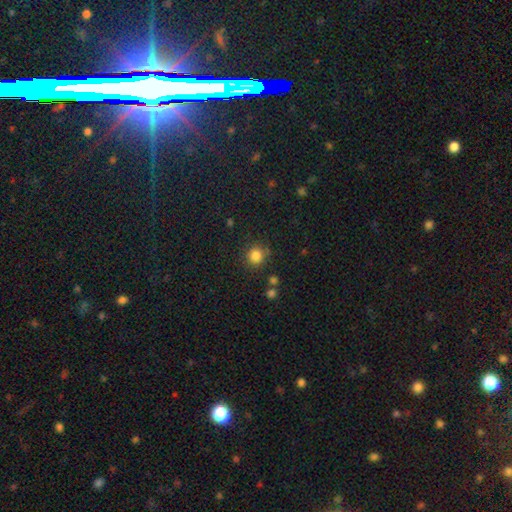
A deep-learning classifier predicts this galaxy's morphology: A smooth galaxy with no disk features (84%) that is round (91%). Merging: none (83%).